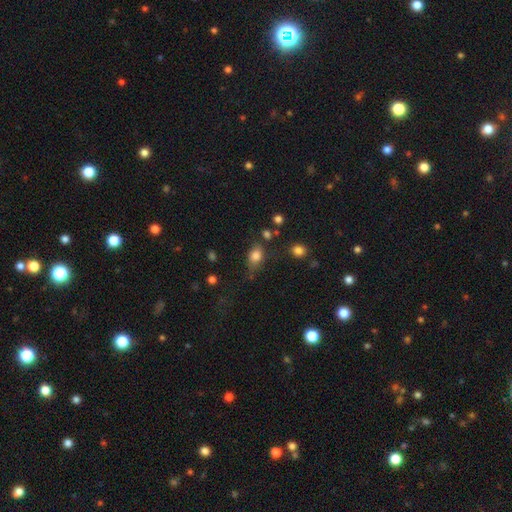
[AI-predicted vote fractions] A smooth galaxy with no disk features (79%) that is in between round and cigar-shaped (66%). Merging: none (56%).